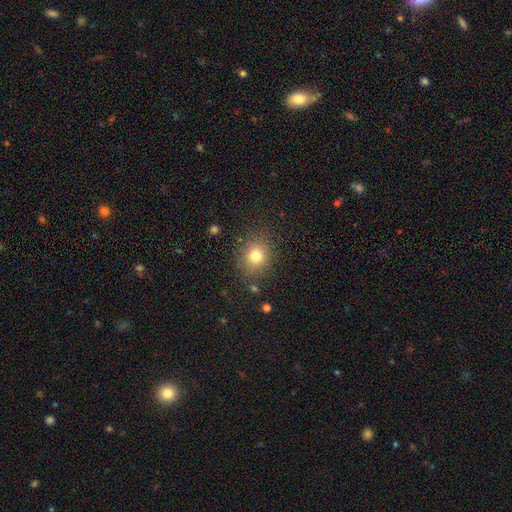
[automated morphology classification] Smooth or featured: smooth — 78% (star or artifact — 13%)
How rounded: round — 68% (in between — 31%)
Merging: none — 84% (minor disturbance — 11%)